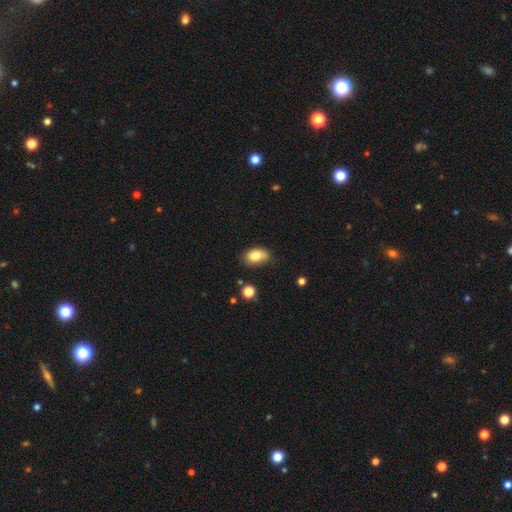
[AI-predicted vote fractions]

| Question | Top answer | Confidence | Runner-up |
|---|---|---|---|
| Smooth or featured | smooth | 82% | featured or disk (9%) |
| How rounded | in between | 87% | round (12%) |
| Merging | none | 73% | minor disturbance (21%) |